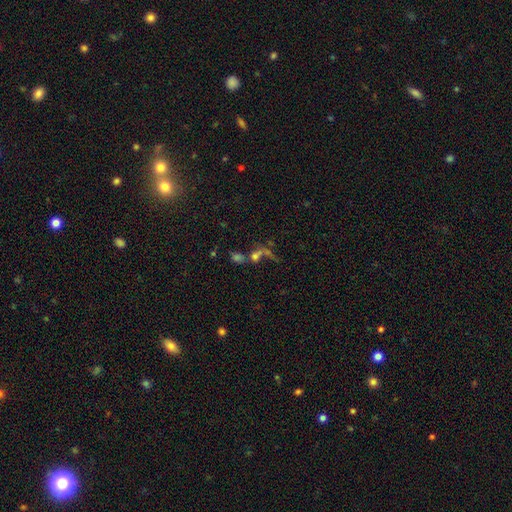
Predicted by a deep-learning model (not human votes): Smooth or featured?
  - smooth: 43% *
  - star or artifact: 29%
  - featured or disk: 28%
Merging?
  - merger: 53% *
  - none: 23%
  - major disturbance: 16%
  - minor disturbance: 8%